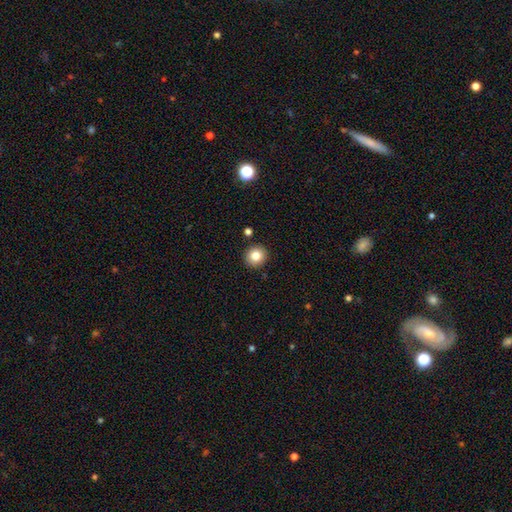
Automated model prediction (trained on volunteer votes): Morphology: type=smooth (82%); roundness=round (91%); merging=none (91%).